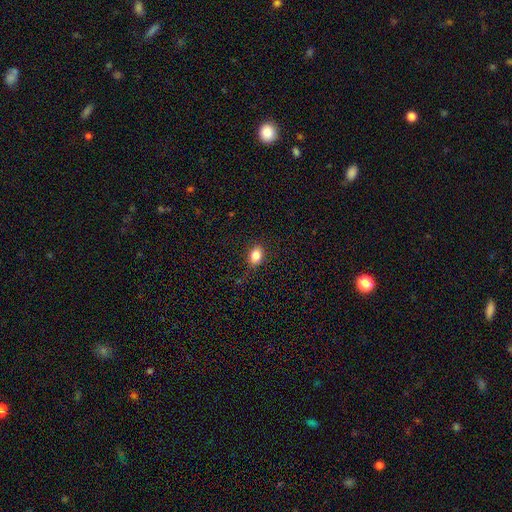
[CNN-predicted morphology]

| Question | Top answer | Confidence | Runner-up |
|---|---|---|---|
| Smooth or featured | smooth | 84% | star or artifact (10%) |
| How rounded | in between | 77% | round (22%) |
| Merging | none | 84% | minor disturbance (12%) |